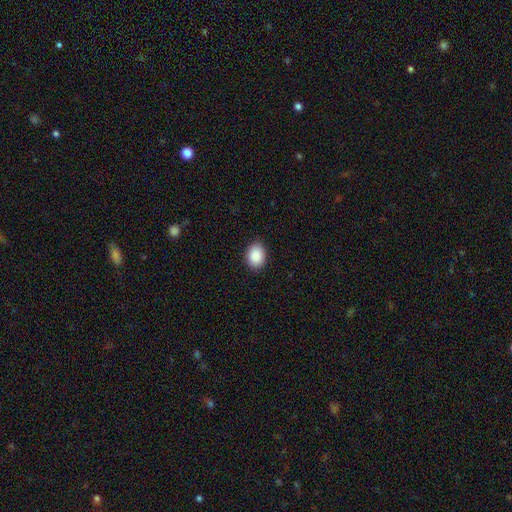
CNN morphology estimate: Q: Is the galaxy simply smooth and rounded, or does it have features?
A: smooth — 89%.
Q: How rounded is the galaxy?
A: in between — 66%.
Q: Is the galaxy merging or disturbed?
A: none — 88%.